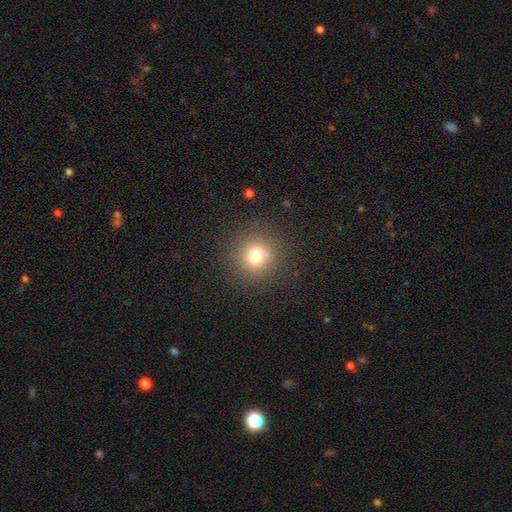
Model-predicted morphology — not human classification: Smooth or featured? smooth (72%)
How rounded? round (92%)
Merging? none (82%)